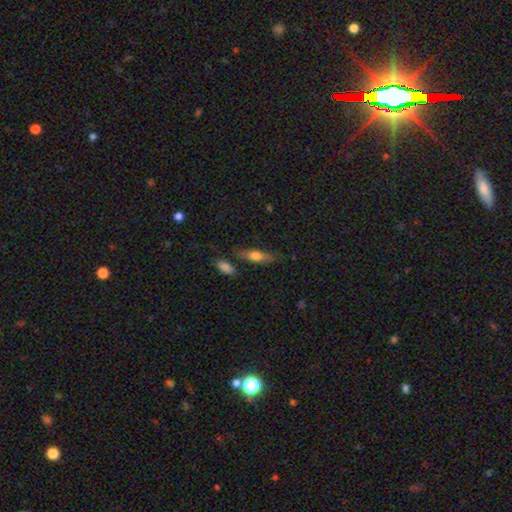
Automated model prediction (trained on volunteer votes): smooth_or_featured: smooth (p=0.58) [alt: featured or disk p=0.36]
how_rounded: cigar-shaped (p=0.58) [alt: in between p=0.39]
merging: none (p=0.76) [alt: minor disturbance p=0.15]